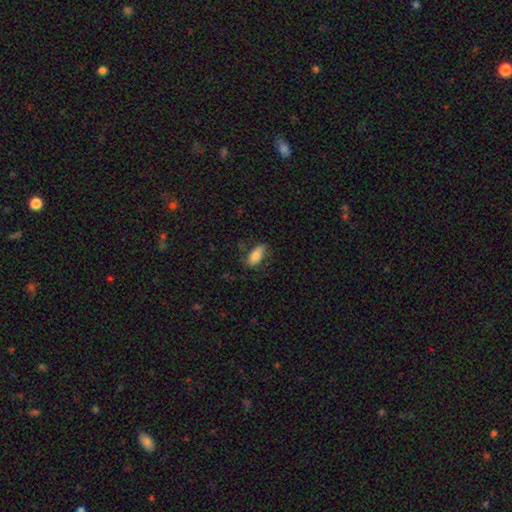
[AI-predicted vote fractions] Overall: smooth (74%). How rounded: in between (81%). Merging: none (71%).